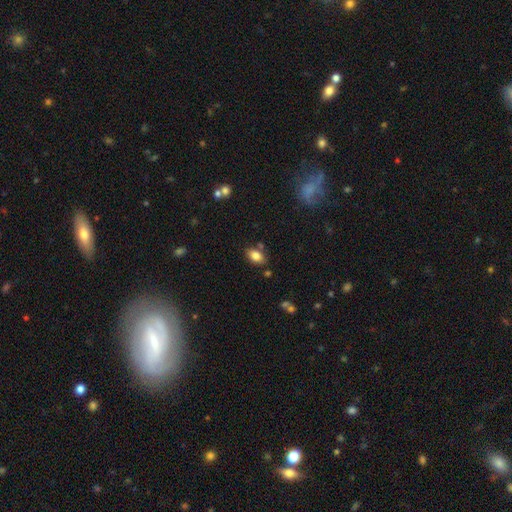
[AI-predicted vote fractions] smooth_or_featured: smooth (p=0.83) [alt: star or artifact p=0.09]
how_rounded: in between (p=0.87) [alt: round p=0.11]
merging: none (p=0.77) [alt: minor disturbance p=0.13]